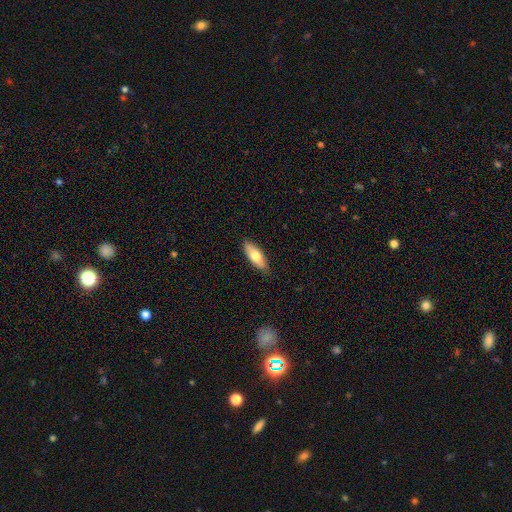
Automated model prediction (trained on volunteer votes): A smooth galaxy with no disk features (68%) that is in between round and cigar-shaped (67%).

Vote fractions:
- Smooth or featured? smooth: 68% / featured or disk: 26% / star or artifact: 6%
- How rounded? in between: 67% / cigar-shaped: 30% / round: 2%
- Merging? none: 86% / minor disturbance: 11% / major disturbance: 2% / merger: 1%